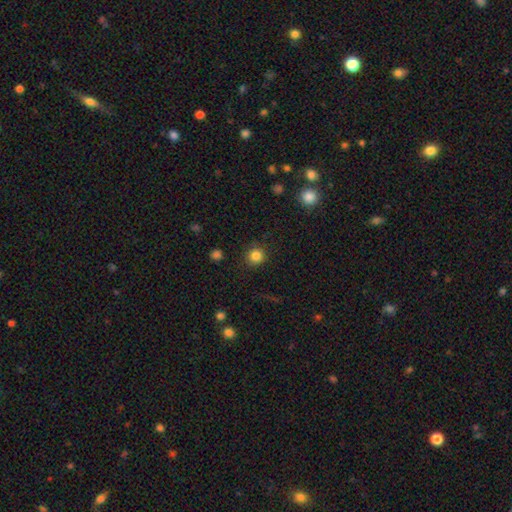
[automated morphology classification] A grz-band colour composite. It shows a smooth galaxy with no disk features (83%) that is round (93%). Merging: none (88%).